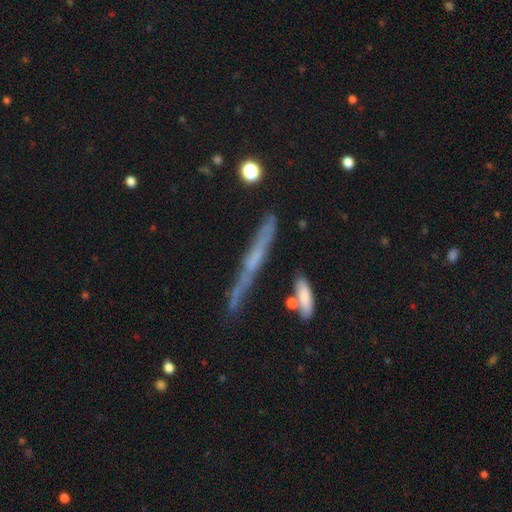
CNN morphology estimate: smooth_or_featured: featured or disk (p=0.53) [alt: smooth p=0.36]
disk_edge_on: yes (p=0.85) [alt: no p=0.15]
merging: none (p=0.60) [alt: minor disturbance p=0.23]